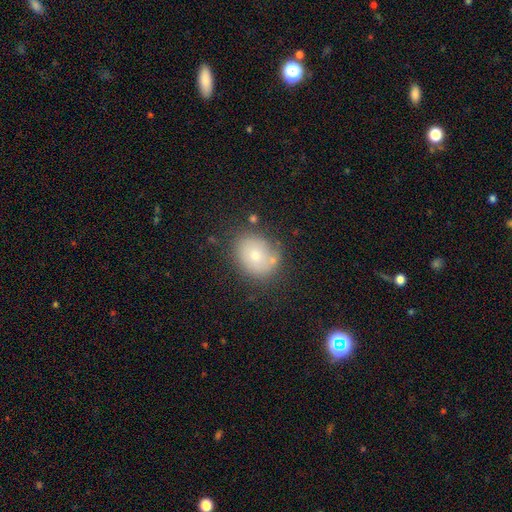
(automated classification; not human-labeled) Smooth or featured?
  - smooth: 69% *
  - featured or disk: 20%
  - star or artifact: 11%
How rounded?
  - round: 57% *
  - in between: 42%
  - cigar-shaped: 1%
Merging?
  - none: 69% *
  - minor disturbance: 18%
  - merger: 8%
  - major disturbance: 5%